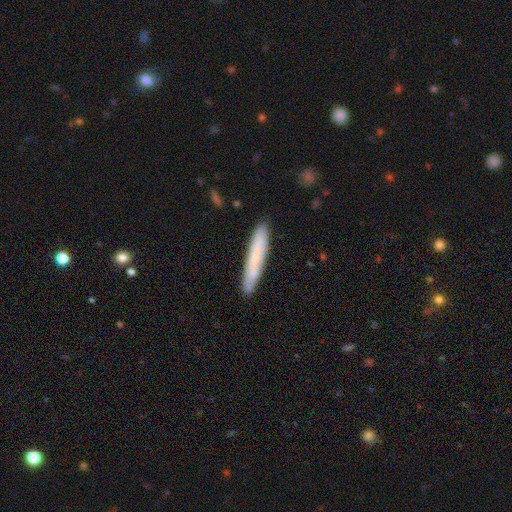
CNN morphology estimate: This is likely a smooth galaxy (63%). How rounded: clearly cigar-shaped (92%). Merging: clearly none (85%).